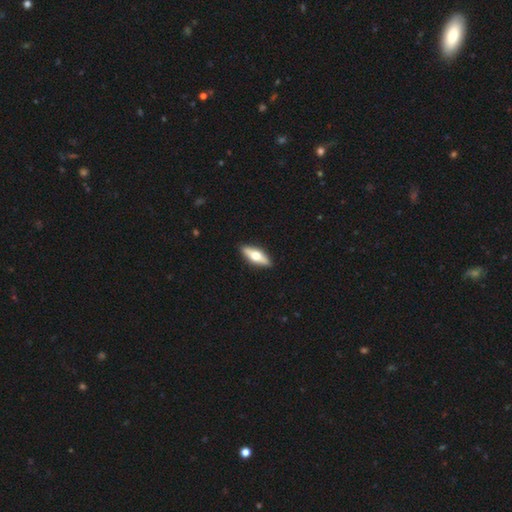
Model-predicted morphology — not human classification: smooth-or-featured: featured or disk: 48% | smooth: 47% | star or artifact: 5%
  merging: none: 91% | minor disturbance: 7% | major disturbance: 1% | merger: 1%